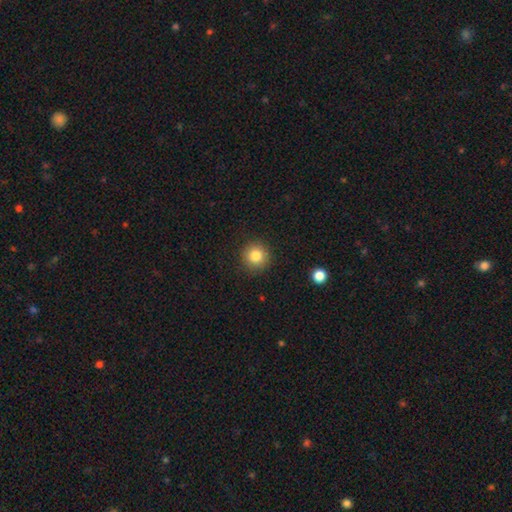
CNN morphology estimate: This is clearly a smooth galaxy (83%). How rounded: clearly round (94%). Merging: clearly none (91%).